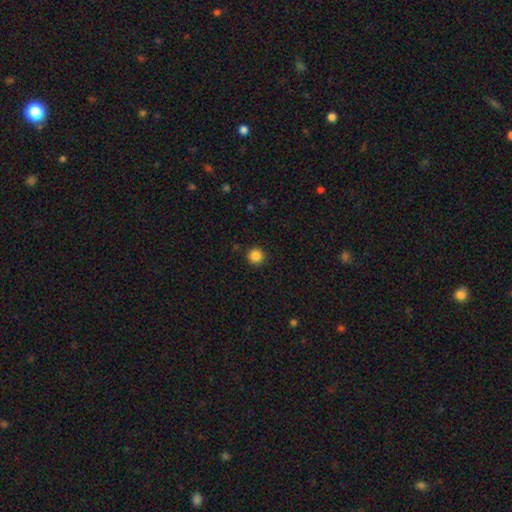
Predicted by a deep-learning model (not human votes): smooth-or-featured: smooth: 86% | star or artifact: 11% | featured or disk: 3%
  how-rounded: round: 95% | in between: 4% | cigar-shaped: 1%
  merging: none: 92% | minor disturbance: 5% | major disturbance: 2% | merger: 1%